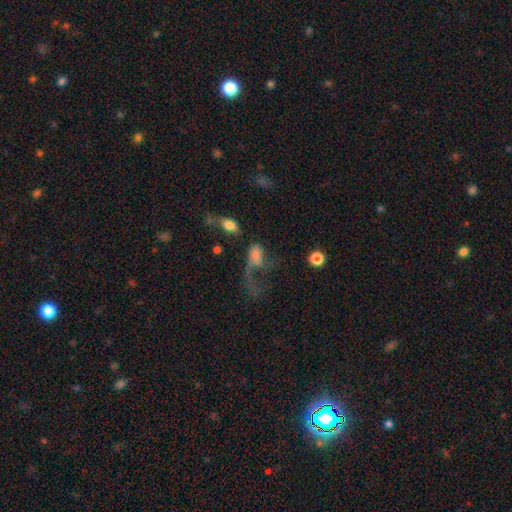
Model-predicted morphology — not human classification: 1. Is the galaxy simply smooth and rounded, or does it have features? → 44% smooth, 42% featured or disk, 14% star or artifact.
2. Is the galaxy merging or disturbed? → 60% major disturbance, 17% none, 12% merger, 11% minor disturbance.